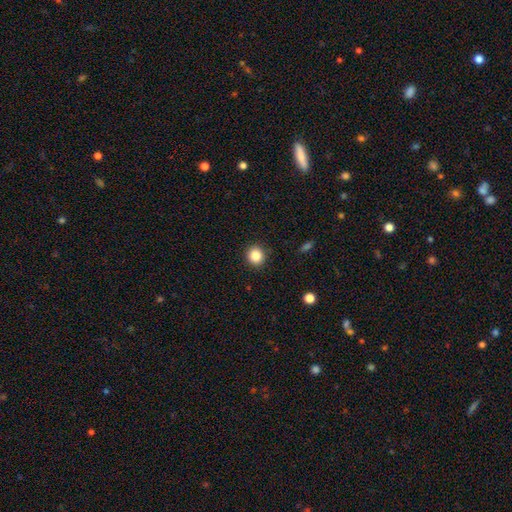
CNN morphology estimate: Smooth or featured? Predicted: smooth (p=0.85). How rounded? Predicted: round (p=0.87). Merging? Predicted: none (p=0.91).